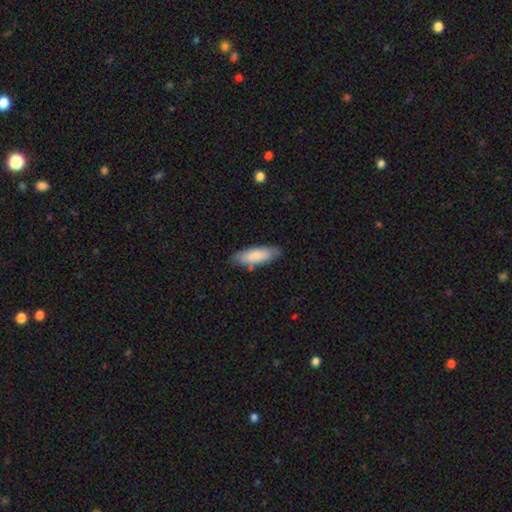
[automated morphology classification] A smooth galaxy with no disk features (83%) that is in between round and cigar-shaped (61%).

Vote fractions:
- Smooth or featured? smooth: 83% / featured or disk: 12% / star or artifact: 6%
- How rounded? in between: 61% / cigar-shaped: 38% / round: 2%
- Merging? none: 81% / minor disturbance: 14% / major disturbance: 3% / merger: 2%